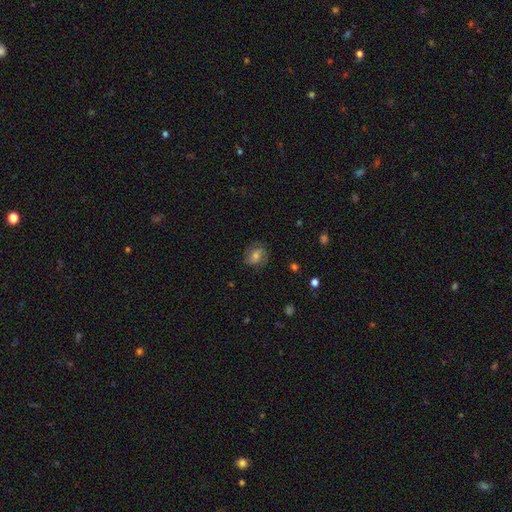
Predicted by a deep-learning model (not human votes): A featured or disk galaxy (50%). Merging: none (76%).